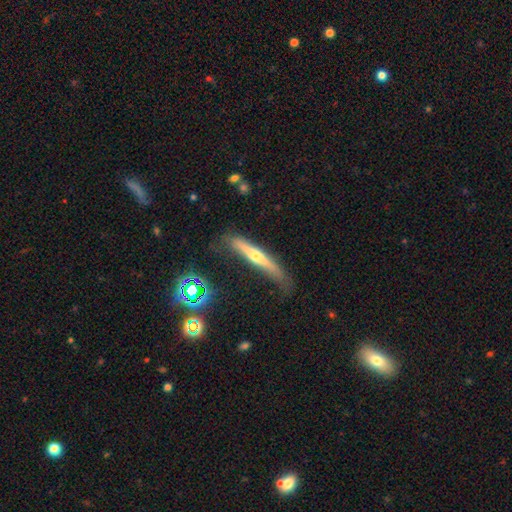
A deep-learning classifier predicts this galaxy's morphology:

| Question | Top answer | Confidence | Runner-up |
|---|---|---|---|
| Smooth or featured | featured or disk | 57% | smooth (34%) |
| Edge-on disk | yes | 91% | no (9%) |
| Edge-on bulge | rounded | 83% | none (14%) |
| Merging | none | 68% | minor disturbance (23%) |